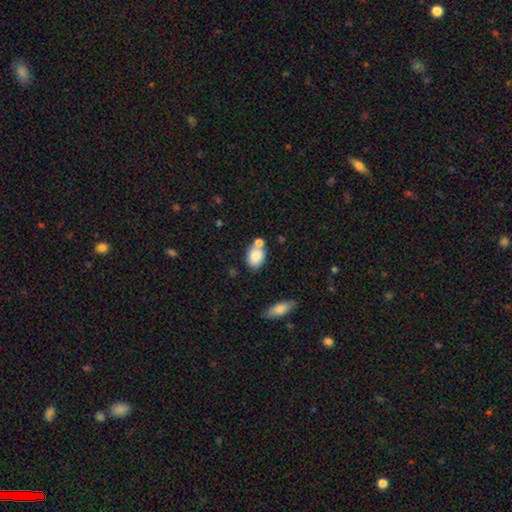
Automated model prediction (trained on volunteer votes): A smooth galaxy with no disk features (82%) that is in between round and cigar-shaped (81%).

Vote fractions:
- Smooth or featured? smooth: 82% / featured or disk: 10% / star or artifact: 7%
- How rounded? in between: 81% / round: 17% / cigar-shaped: 2%
- Merging? none: 49% / merger: 32% / minor disturbance: 14% / major disturbance: 4%